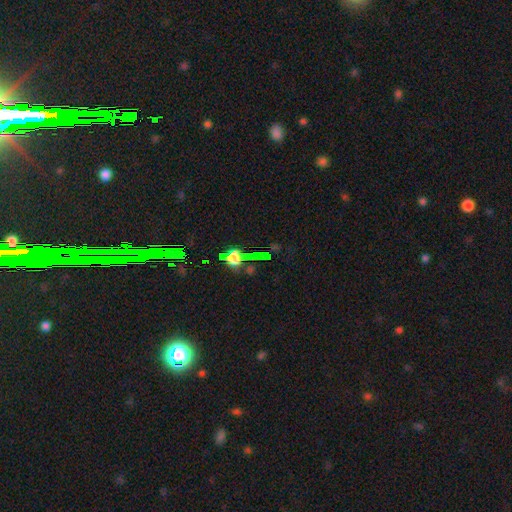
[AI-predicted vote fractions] This appears to be a star or artifact, not a galaxy (68%).